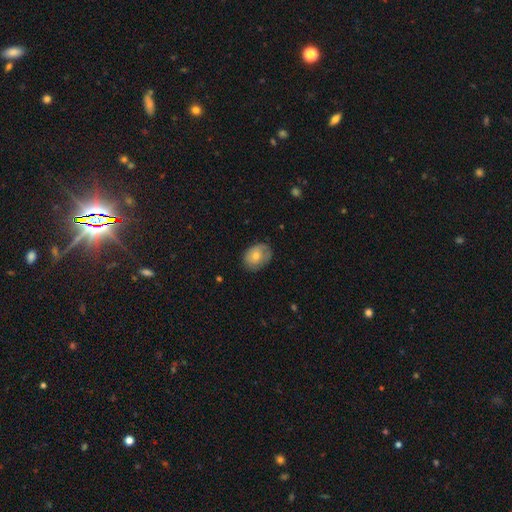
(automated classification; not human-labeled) Smooth or featured? smooth (64%)
How rounded? in between (64%)
Merging? none (68%)